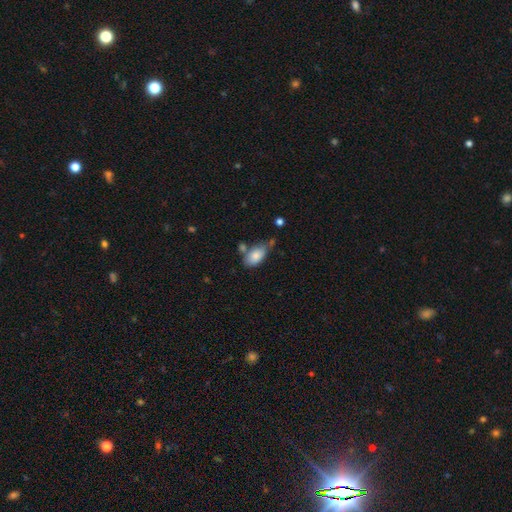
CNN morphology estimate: Q: Smooth or featured?
A: smooth (82%); runner-up: featured or disk (11%)
Q: How rounded?
A: in between (93%); runner-up: round (5%)
Q: Merging?
A: none (49%); runner-up: minor disturbance (26%)